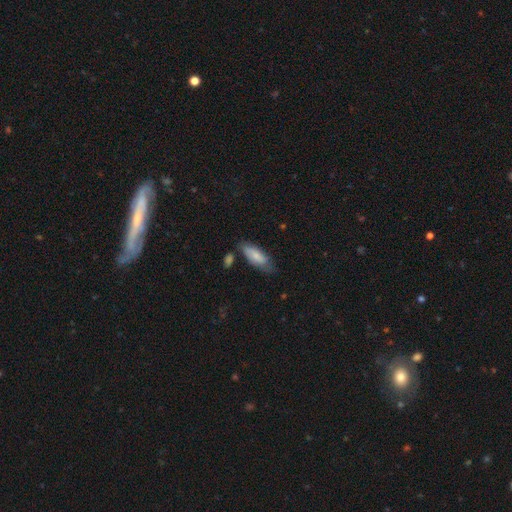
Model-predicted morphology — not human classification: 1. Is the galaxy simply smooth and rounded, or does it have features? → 75% smooth, 19% featured or disk, 6% star or artifact.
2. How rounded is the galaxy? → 74% in between, 24% cigar-shaped, 2% round.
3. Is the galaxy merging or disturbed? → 62% none, 25% minor disturbance, 7% merger, 6% major disturbance.